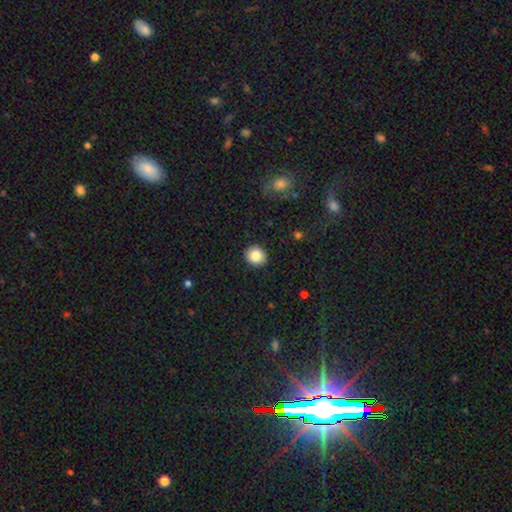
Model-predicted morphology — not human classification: A smooth galaxy with no disk features (85%) that is round (89%).

Vote fractions:
- Smooth or featured? smooth: 85% / star or artifact: 9% / featured or disk: 6%
- How rounded? round: 89% / in between: 10% / cigar-shaped: 1%
- Merging? none: 92% / minor disturbance: 6% / major disturbance: 2% / merger: 1%